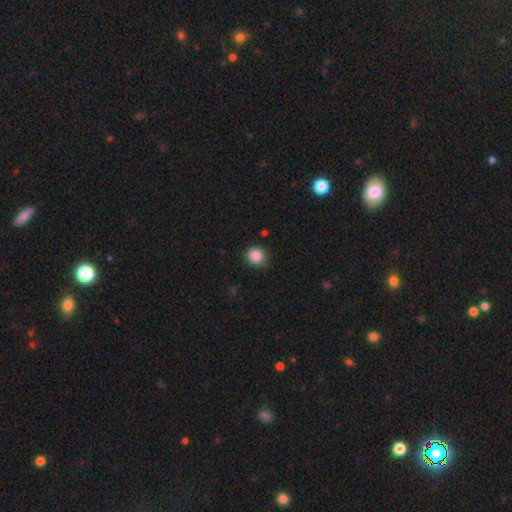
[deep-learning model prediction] A smooth galaxy with no disk features (87%) that is round (87%). Merging: none (82%).